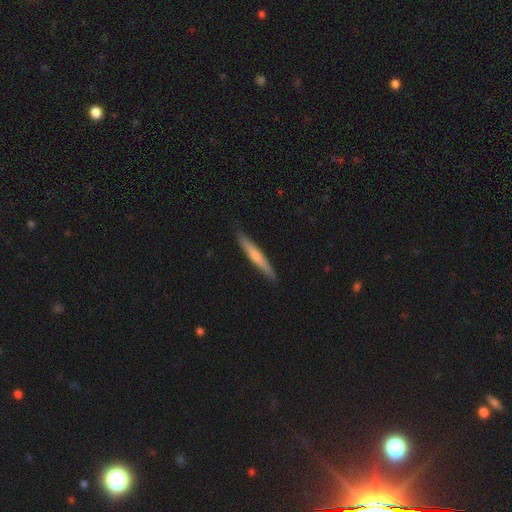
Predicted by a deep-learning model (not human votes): Q: Smooth or featured?
A: smooth (57%); runner-up: featured or disk (38%)
Q: How rounded?
A: cigar-shaped (95%); runner-up: in between (4%)
Q: Merging?
A: none (89%); runner-up: minor disturbance (9%)